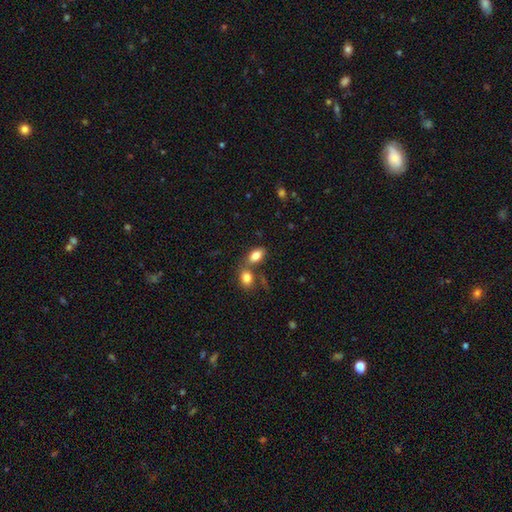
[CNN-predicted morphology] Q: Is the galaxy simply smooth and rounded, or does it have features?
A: smooth — 83%.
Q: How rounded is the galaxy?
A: in between — 89%.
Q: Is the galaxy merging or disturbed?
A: none — 51%.